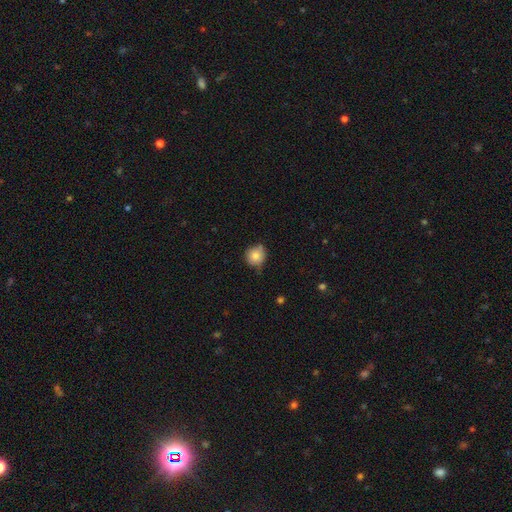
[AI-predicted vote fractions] Overall: smooth (80%). How rounded: round (88%). Merging: none (65%; minor disturbance 28%).